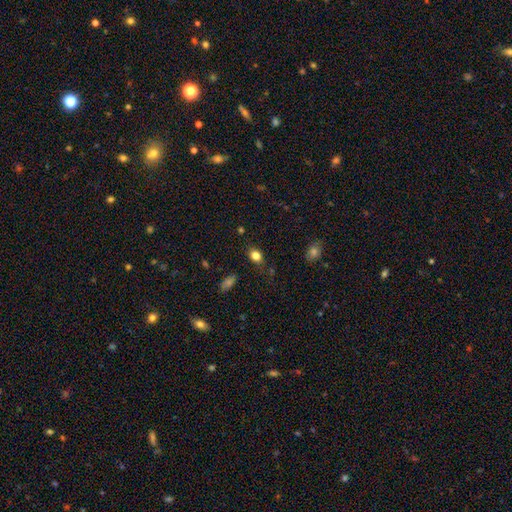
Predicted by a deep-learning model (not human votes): Overall: smooth (83%). How rounded: in between (70%). Merging: none (81%).